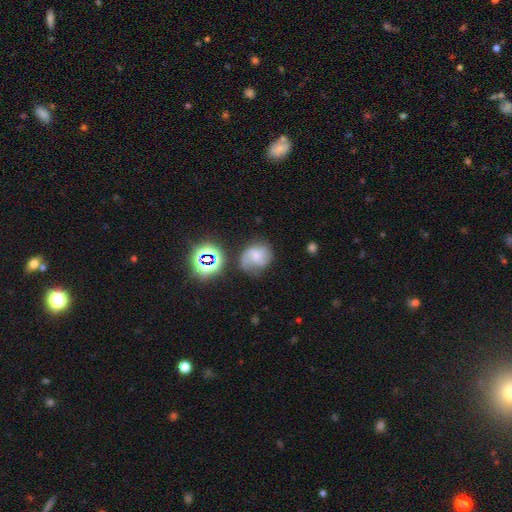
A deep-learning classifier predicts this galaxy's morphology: This appears to be a featured or disk galaxy (49%). Merging: none (48%).